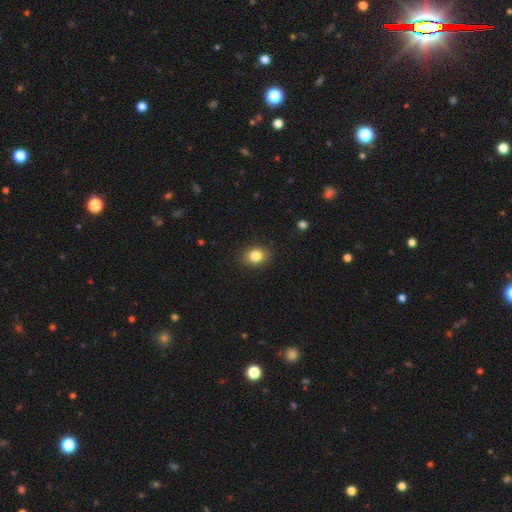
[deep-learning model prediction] Smooth or featured? smooth (84%)
How rounded? in between (51%)
Merging? none (87%)